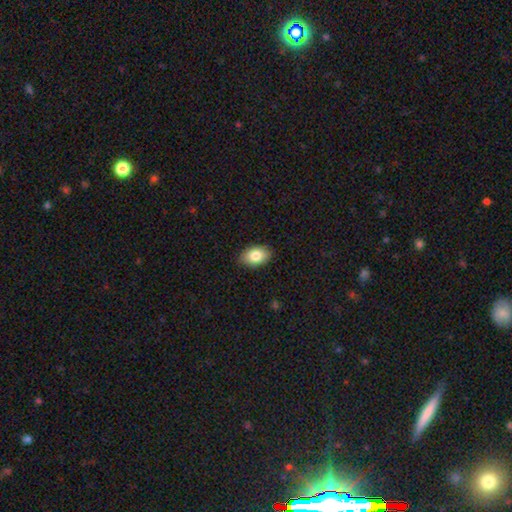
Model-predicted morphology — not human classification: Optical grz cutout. It shows a smooth galaxy with no disk features (82%) that is in between round and cigar-shaped (89%). Merging: none (87%).